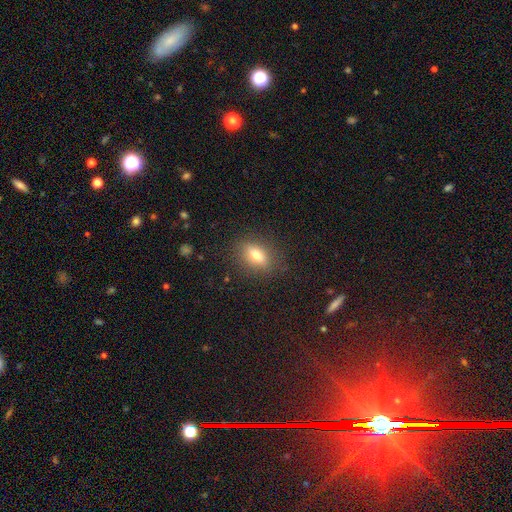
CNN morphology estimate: Smooth or featured: smooth — 69% (featured or disk — 21%)
How rounded: in between — 72% (round — 15%)
Merging: none — 85% (minor disturbance — 10%)